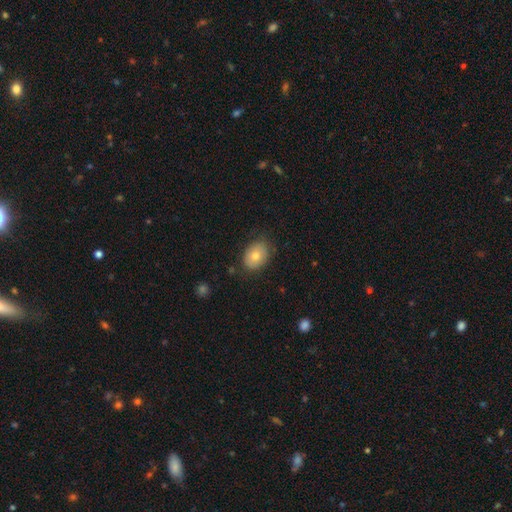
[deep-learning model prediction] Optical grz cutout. It shows a smooth galaxy with no disk features (75%) that is in between round and cigar-shaped (73%). Merging: none (79%).